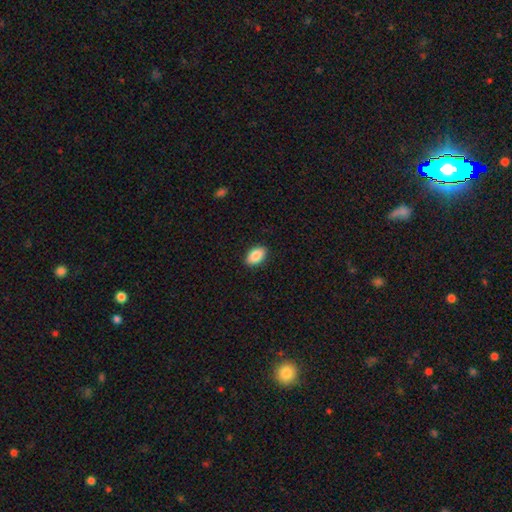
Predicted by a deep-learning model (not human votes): smooth 87%, star or artifact 7%, featured or disk 6%. Down the decision tree: how rounded — in between (91%); merging — none (89%).